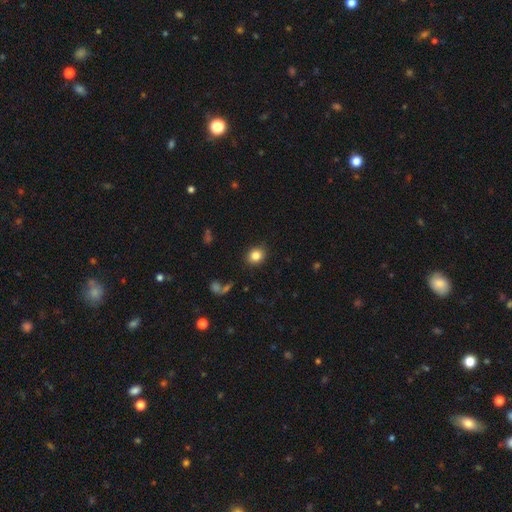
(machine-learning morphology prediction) A smooth galaxy with no disk features (84%) that is round (74%). Merging: none (88%).